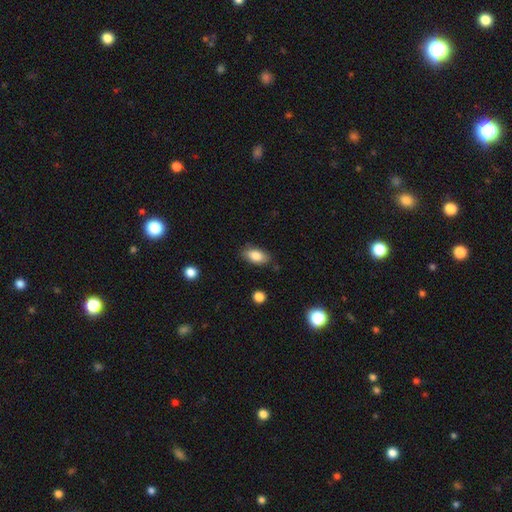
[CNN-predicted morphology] type=smooth (84%); roundness=in between (90%); merging=none (83%).